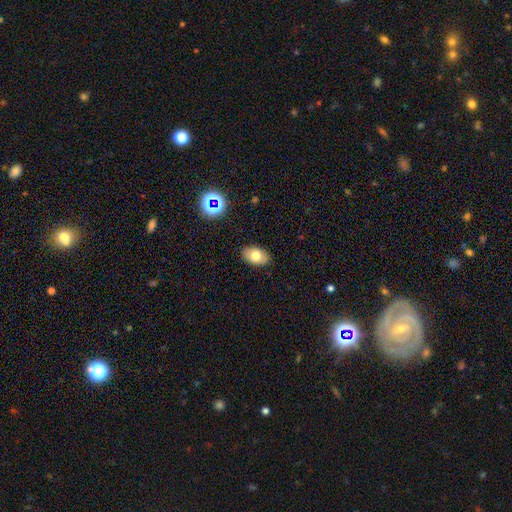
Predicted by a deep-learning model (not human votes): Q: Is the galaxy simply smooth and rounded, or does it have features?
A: smooth — 75%.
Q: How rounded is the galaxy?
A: in between — 90%.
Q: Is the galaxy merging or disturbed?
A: none — 88%.